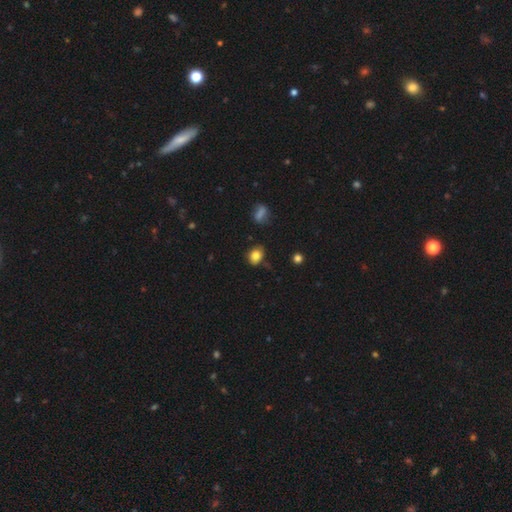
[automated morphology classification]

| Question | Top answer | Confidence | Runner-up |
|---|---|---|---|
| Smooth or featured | smooth | 82% | star or artifact (11%) |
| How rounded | in between | 55% | round (44%) |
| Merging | none | 71% | minor disturbance (22%) |